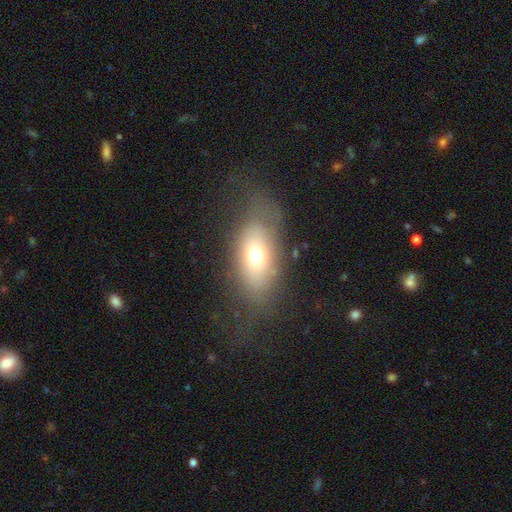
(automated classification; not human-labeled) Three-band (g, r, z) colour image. It shows a smooth galaxy with no disk features (64%) that is in between round and cigar-shaped (84%). Merging: none (54%).